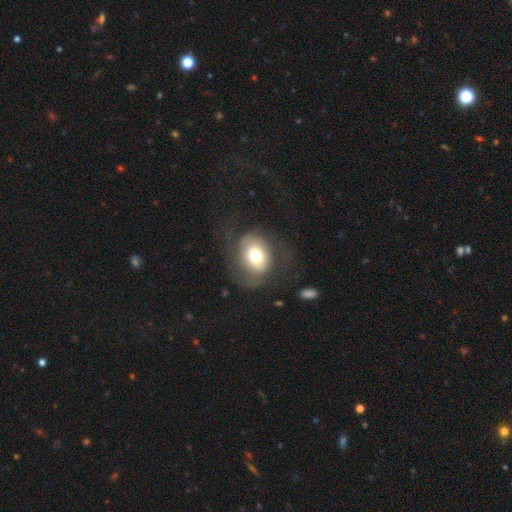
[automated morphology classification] type=smooth (61%); roundness=in between (57%); merging=none (54%).